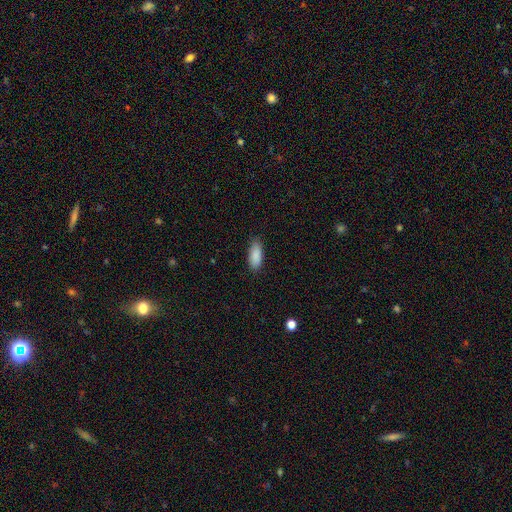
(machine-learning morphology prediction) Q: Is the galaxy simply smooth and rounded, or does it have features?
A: smooth — 89%.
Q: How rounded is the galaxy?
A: in between — 79%.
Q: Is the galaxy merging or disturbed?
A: none — 85%.